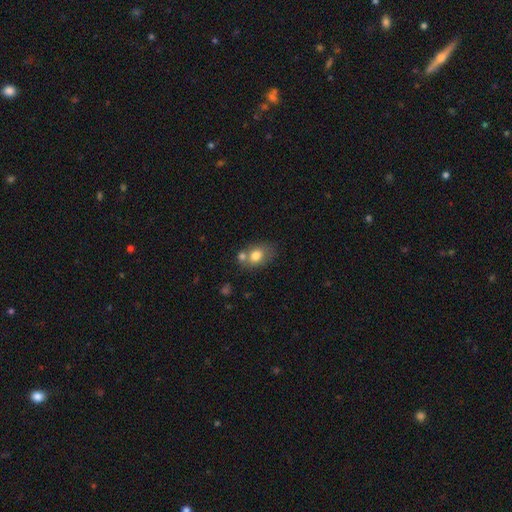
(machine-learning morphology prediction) smooth-or-featured: smooth: 76% | featured or disk: 15% | star or artifact: 9%
  how-rounded: in between: 69% | round: 30% | cigar-shaped: 1%
  merging: none: 46% | merger: 33% | minor disturbance: 16% | major disturbance: 6%